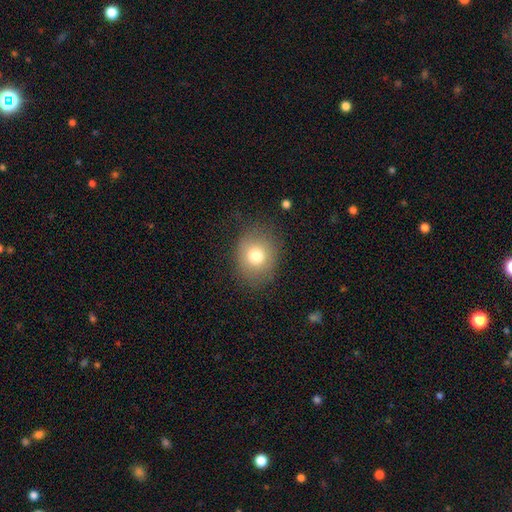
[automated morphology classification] type=smooth (75%); roundness=round (62%); merging=none (77%).